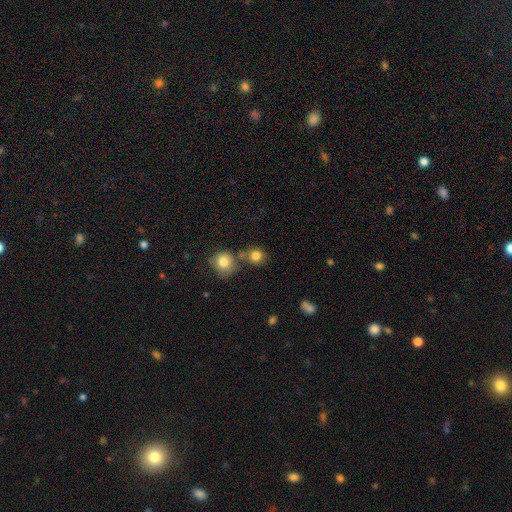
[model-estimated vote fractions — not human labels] Smooth or featured? Predicted: smooth (p=0.82). How rounded? Predicted: round (p=0.86). Merging? Predicted: none (p=0.62).